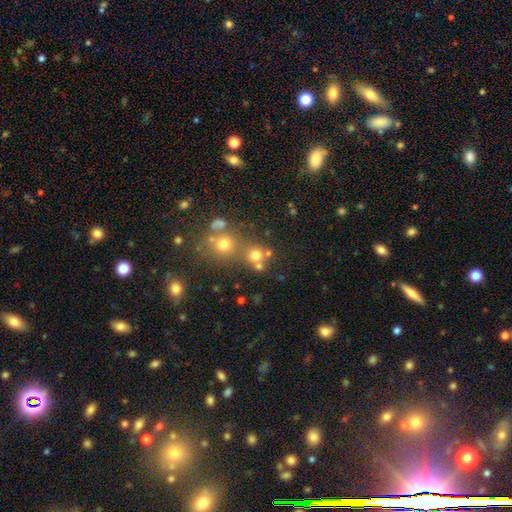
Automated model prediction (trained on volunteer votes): Morphology: type=smooth (68%); roundness=round (86%); merging=none (53%).